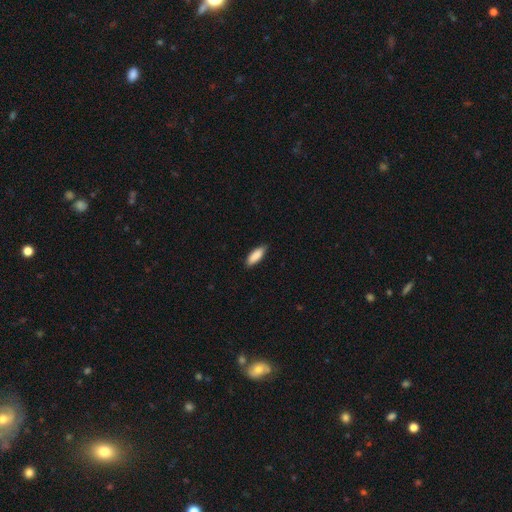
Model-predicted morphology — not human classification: Smooth or featured?
  - smooth: 89% *
  - star or artifact: 6%
  - featured or disk: 6%
How rounded?
  - in between: 68% *
  - cigar-shaped: 30%
  - round: 2%
Merging?
  - none: 82% *
  - minor disturbance: 15%
  - major disturbance: 2%
  - merger: 1%